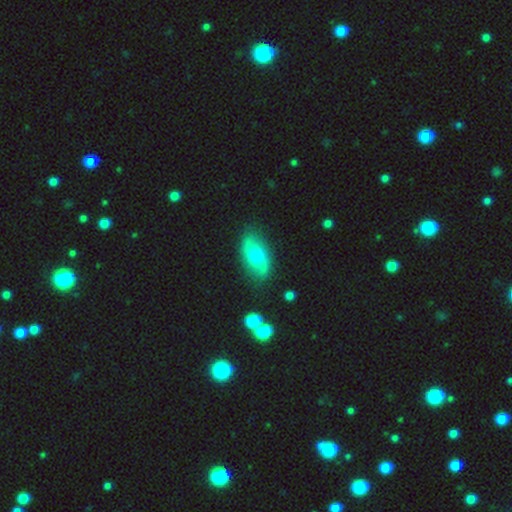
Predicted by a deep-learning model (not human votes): Morphology: type=featured or disk (50%); edge-on=no (85%); merging=none (78%).